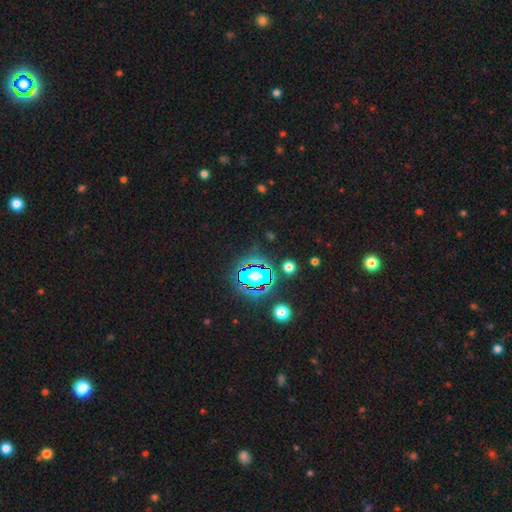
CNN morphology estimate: smooth_or_featured: star or artifact (p=0.80) [alt: smooth p=0.12]